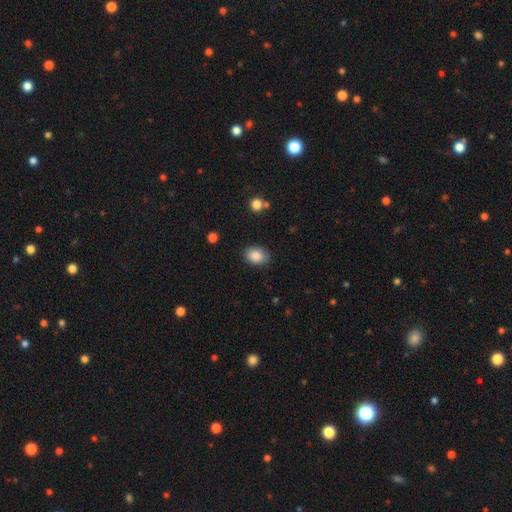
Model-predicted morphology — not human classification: Overall: smooth (87%). How rounded: in between (77%). Merging: none (82%).